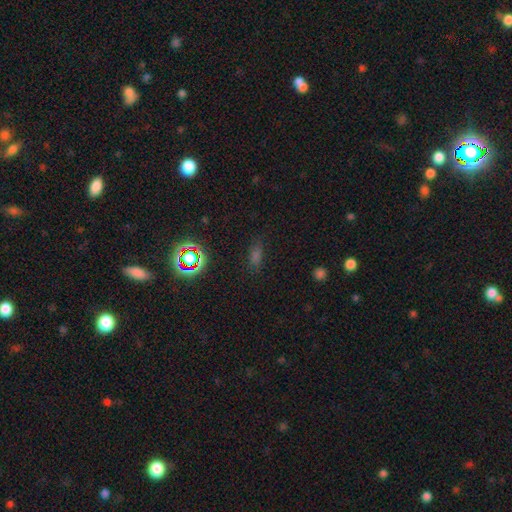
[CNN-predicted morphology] Smooth or featured: smooth — 54% (star or artifact — 35%)
How rounded: in between — 63% (cigar-shaped — 23%)
Merging: none — 79% (minor disturbance — 14%)